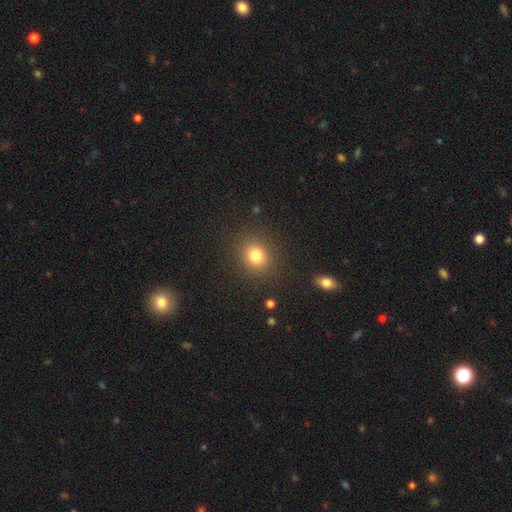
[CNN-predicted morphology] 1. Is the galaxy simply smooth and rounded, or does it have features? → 80% smooth, 14% star or artifact, 6% featured or disk.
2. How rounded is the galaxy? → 76% round, 23% in between, 1% cigar-shaped.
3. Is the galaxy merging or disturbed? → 88% none, 7% minor disturbance, 3% major disturbance, 2% merger.